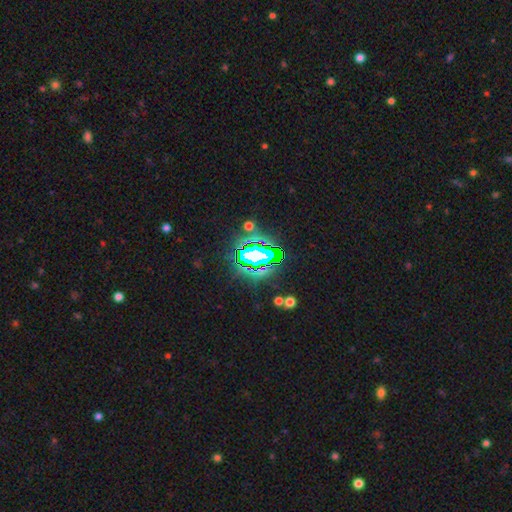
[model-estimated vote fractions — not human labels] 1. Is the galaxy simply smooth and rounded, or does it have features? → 71% star or artifact, 16% smooth, 14% featured or disk.